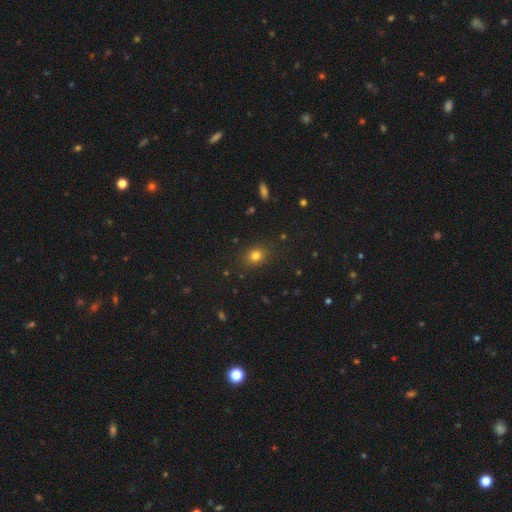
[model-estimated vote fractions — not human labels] smooth-or-featured: smooth: 78% | star or artifact: 15% | featured or disk: 7%
  how-rounded: round: 53% | in between: 45% | cigar-shaped: 1%
  merging: none: 86% | minor disturbance: 10% | major disturbance: 3% | merger: 1%